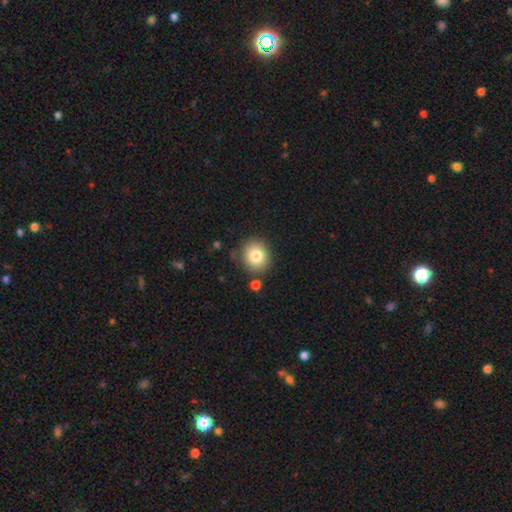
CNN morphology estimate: A smooth galaxy with no disk features (82%) that is round (82%). Merging: none (83%).